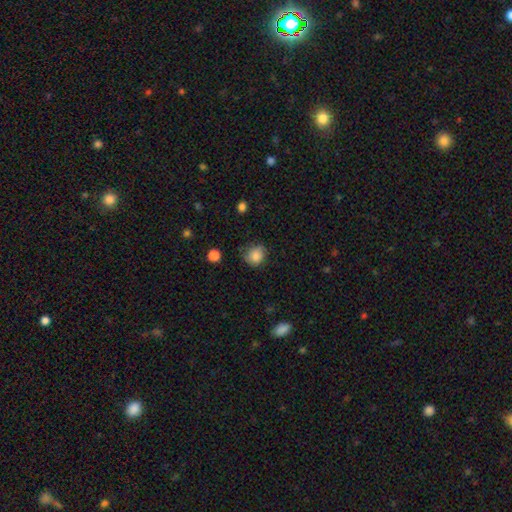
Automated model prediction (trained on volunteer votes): Morphology: type=smooth (81%); roundness=round (73%); merging=none (63%).